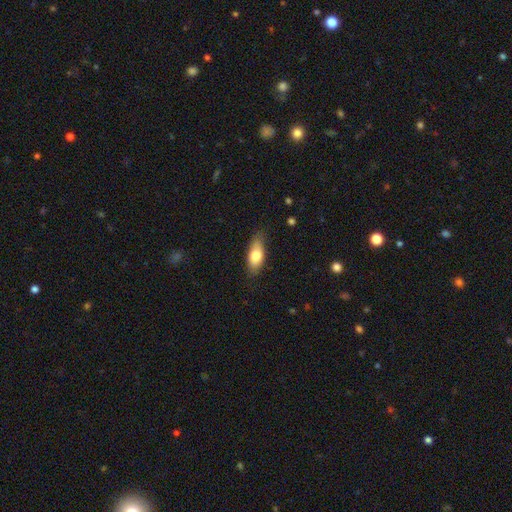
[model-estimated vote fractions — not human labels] This appears to be a smooth galaxy with no disk features (77%) that is in between round and cigar-shaped (78%). Merging: none (72%).